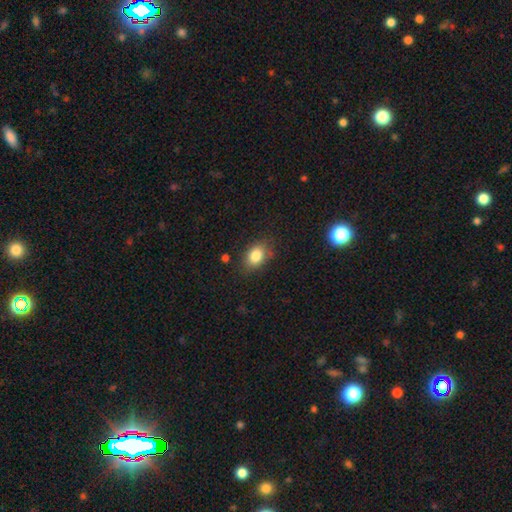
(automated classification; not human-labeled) This appears to be a smooth galaxy with no disk features (82%) that is in between round and cigar-shaped (75%). Merging: none (79%).